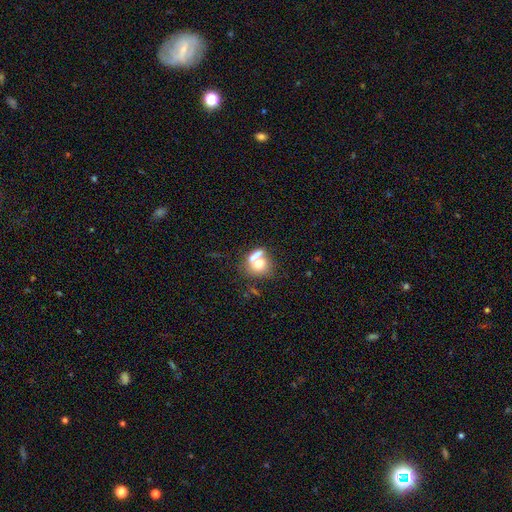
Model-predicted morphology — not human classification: Smooth or featured? Predicted: smooth (p=0.68). How rounded? Predicted: round (p=0.68). Merging? Predicted: merger (p=0.47).